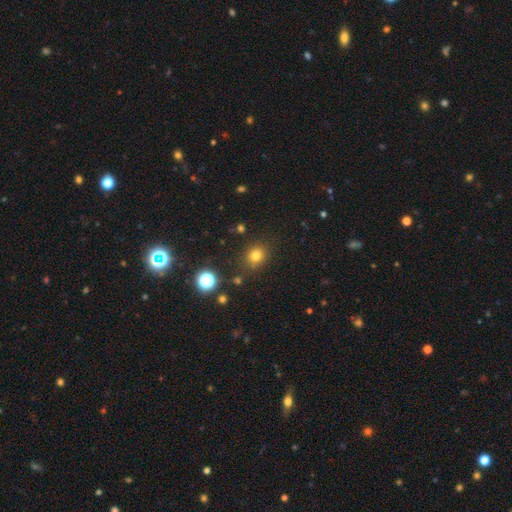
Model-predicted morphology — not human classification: Smooth or featured? smooth (76%)
How rounded? round (78%)
Merging? none (83%)